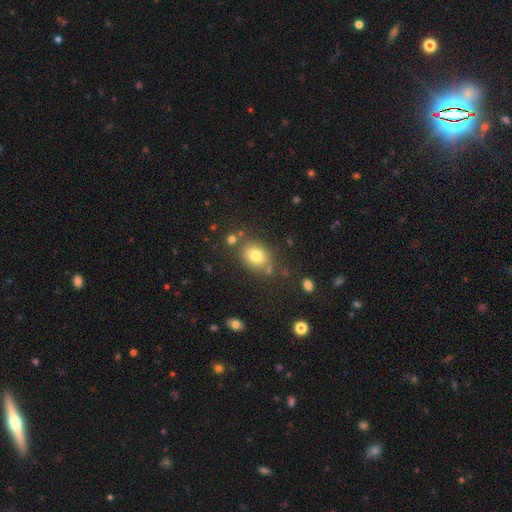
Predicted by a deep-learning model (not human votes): This appears to be a smooth galaxy with no disk features (78%) that is in between round and cigar-shaped (63%). Merging: none (73%).